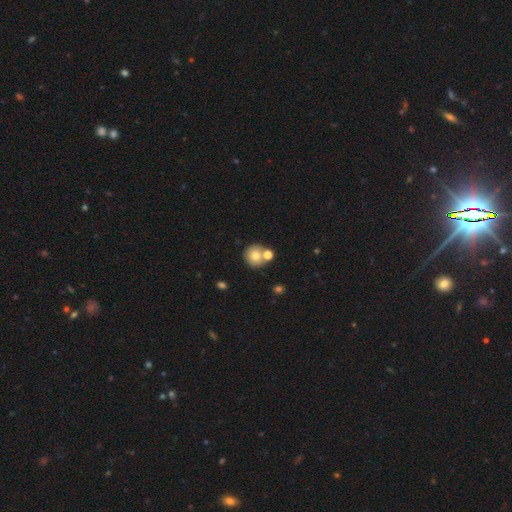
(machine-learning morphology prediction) smooth 75%, featured or disk 14%, star or artifact 11%. Down the decision tree: how rounded — round (91%); merging — none (63%).